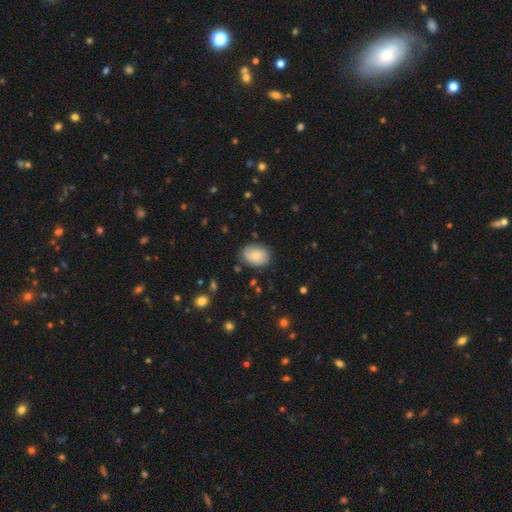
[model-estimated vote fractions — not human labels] Smooth or featured? Predicted: smooth (p=0.76). How rounded? Predicted: in between (p=0.75). Merging? Predicted: none (p=0.80).